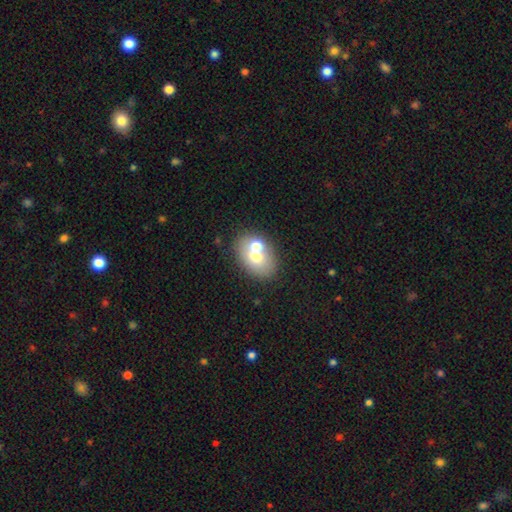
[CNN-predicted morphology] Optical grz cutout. It shows a smooth galaxy with no disk features (64%) that is in between round and cigar-shaped (70%). Merging: none (51%).